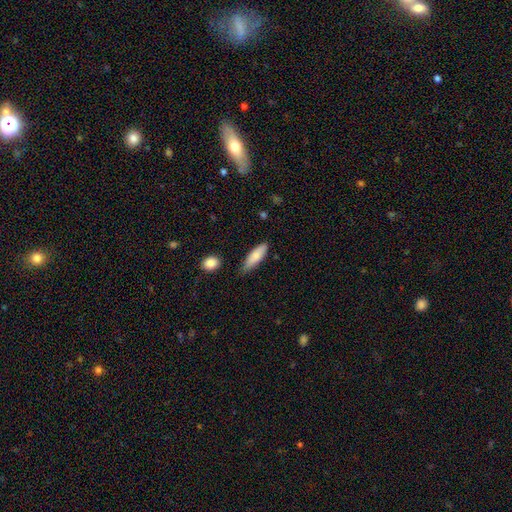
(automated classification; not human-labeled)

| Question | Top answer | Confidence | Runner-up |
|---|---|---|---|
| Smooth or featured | smooth | 81% | featured or disk (13%) |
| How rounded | in between | 52% | cigar-shaped (46%) |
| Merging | none | 70% | minor disturbance (23%) |